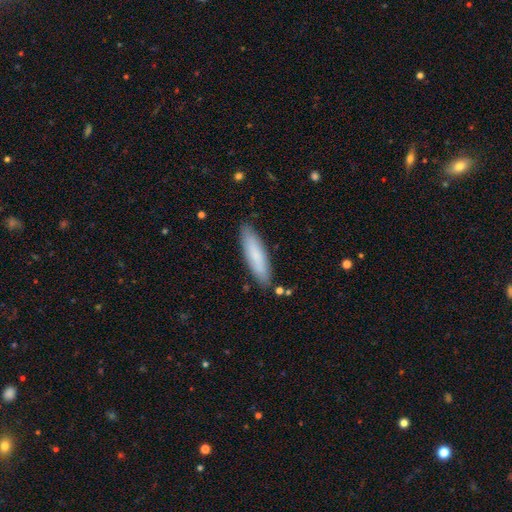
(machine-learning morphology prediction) This is clearly a smooth galaxy (81%). How rounded: likely cigar-shaped (71%). Merging: clearly none (86%).